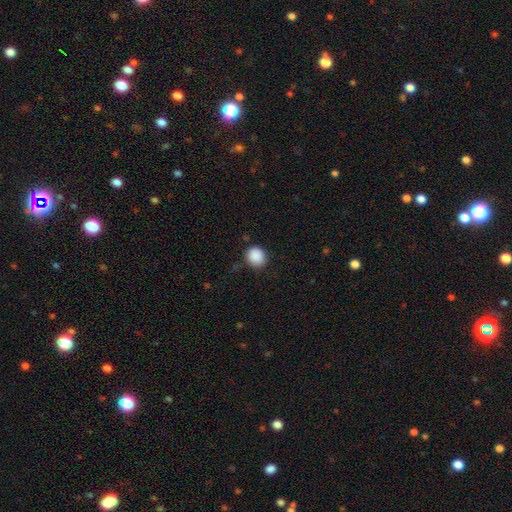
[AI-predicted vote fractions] This appears to be a smooth galaxy with no disk features (89%) that is round (78%). Merging: none (83%).